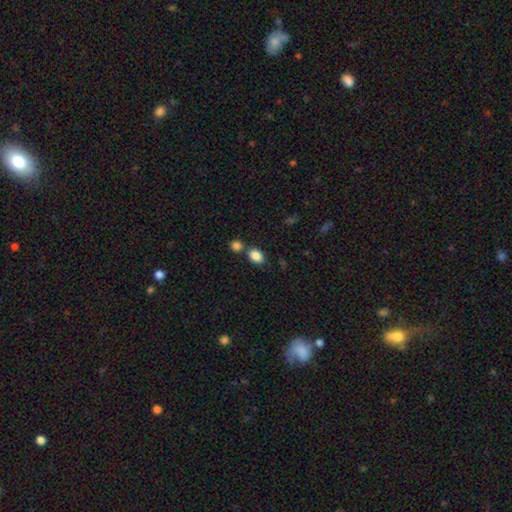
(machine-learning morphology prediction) A smooth galaxy with no disk features (86%) that is in between round and cigar-shaped (64%).

Vote fractions:
- Smooth or featured? smooth: 86% / star or artifact: 9% / featured or disk: 5%
- How rounded? in between: 64% / round: 35% / cigar-shaped: 1%
- Merging? none: 64% / merger: 22% / minor disturbance: 10% / major disturbance: 3%